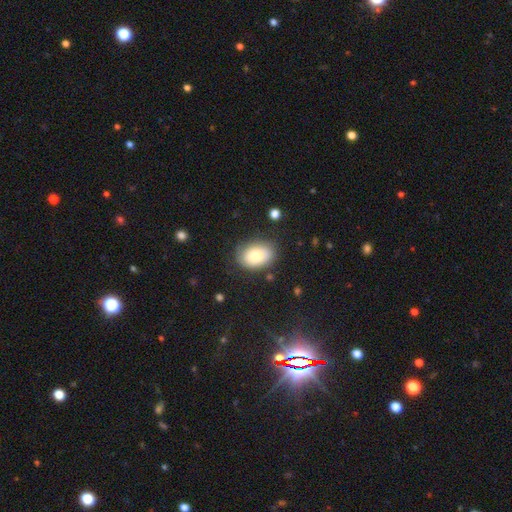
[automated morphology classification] The model was most divided on "how rounded": in between: 79%, round: 20%, cigar-shaped: 1%. More confident: merging — none (77%); smooth or featured — smooth (75%).